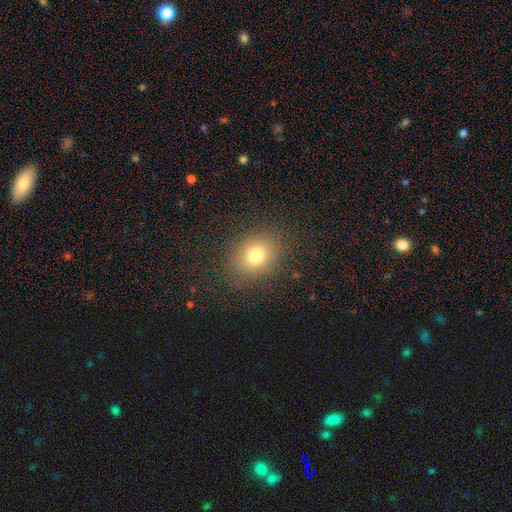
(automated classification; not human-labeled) Smooth or featured: smooth — 75% (star or artifact — 15%)
How rounded: round — 56% (in between — 43%)
Merging: none — 84% (minor disturbance — 10%)